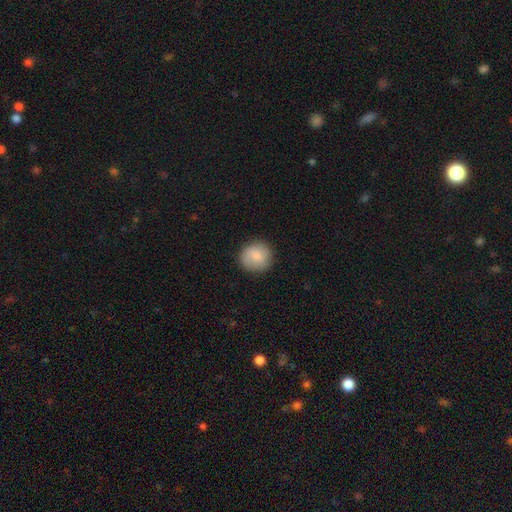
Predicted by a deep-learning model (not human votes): The model was most divided on "smooth or featured": smooth: 79%, featured or disk: 14%, star or artifact: 7%. More confident: how rounded — round (92%); merging — none (87%).